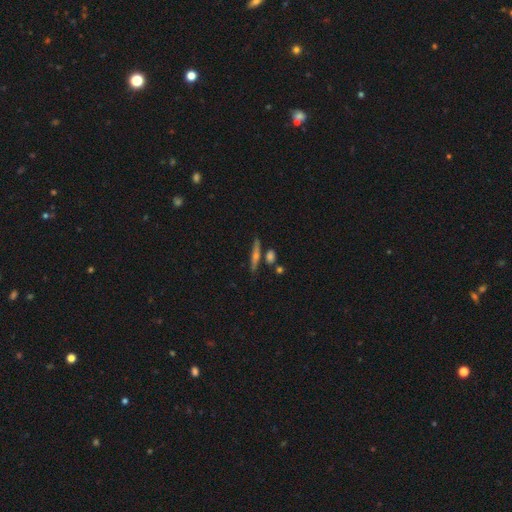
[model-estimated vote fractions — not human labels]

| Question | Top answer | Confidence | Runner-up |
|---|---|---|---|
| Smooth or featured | smooth | 47% | featured or disk (44%) |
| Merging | none | 77% | minor disturbance (11%) |